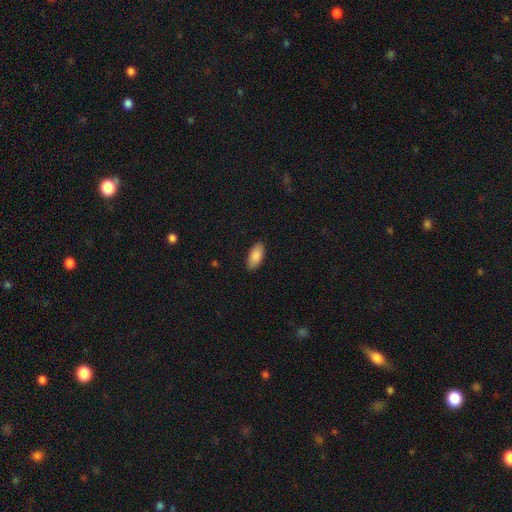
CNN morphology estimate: Q: Smooth or featured?
A: smooth (89%); runner-up: star or artifact (6%)
Q: How rounded?
A: in between (90%); runner-up: cigar-shaped (8%)
Q: Merging?
A: none (88%); runner-up: minor disturbance (9%)